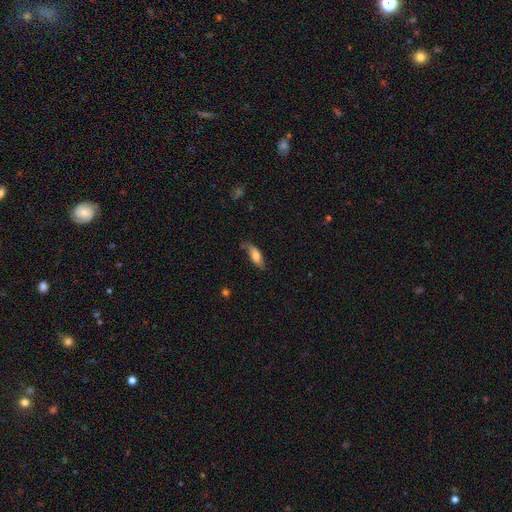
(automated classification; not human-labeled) A smooth galaxy with no disk features (74%) that is in between round and cigar-shaped (67%).

Vote fractions:
- Smooth or featured? smooth: 74% / featured or disk: 19% / star or artifact: 7%
- How rounded? in between: 67% / cigar-shaped: 31% / round: 2%
- Merging? none: 70% / minor disturbance: 22% / major disturbance: 4% / merger: 3%